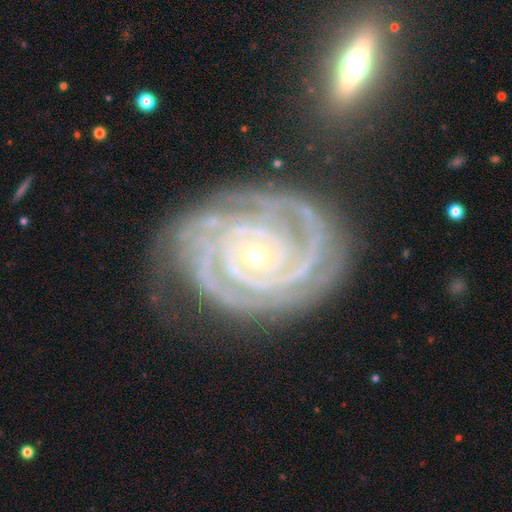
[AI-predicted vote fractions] Q: Smooth or featured?
A: featured or disk (93%); runner-up: star or artifact (4%)
Q: Edge-on disk?
A: no (98%); runner-up: yes (2%)
Q: Bar?
A: no (69%); runner-up: weak (18%)
Q: Spiral arms?
A: yes (99%); runner-up: no (1%)
Q: Spiral winding?
A: tight (85%); runner-up: medium (13%)
Q: Spiral arm count?
A: 2 (29%); tied with: 3 (29%)
Q: Bulge size?
A: small (76%); runner-up: moderate (21%)
Q: Merging?
A: none (71%); runner-up: minor disturbance (19%)